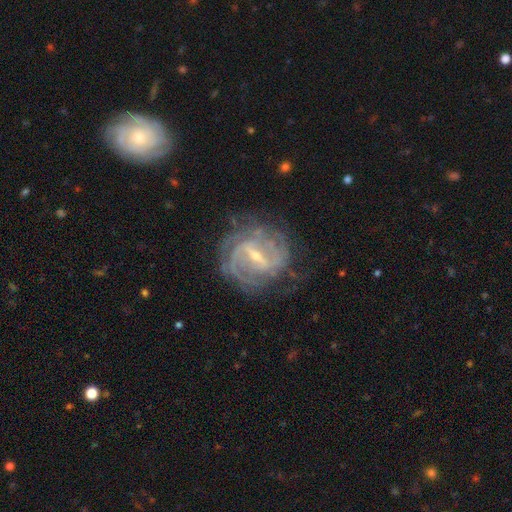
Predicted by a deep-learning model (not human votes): Morphology: type=featured or disk (88%); edge-on=no (96%); bar=strong (52%); spiral arms=yes (95%); winding=tight (59%); arm count=can't tell (31%); bulge=small (60%); merging=none (72%).